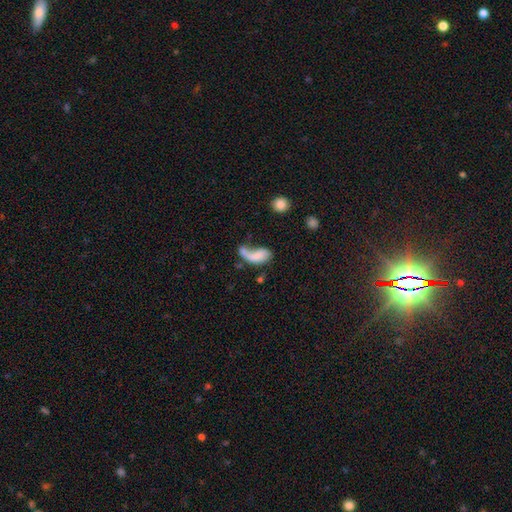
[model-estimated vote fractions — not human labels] This appears to be a smooth galaxy with no disk features (55%) that is in between round and cigar-shaped (83%). Merging: major disturbance (39%).